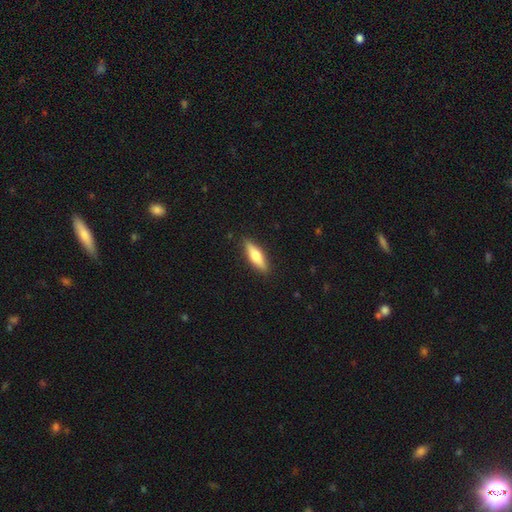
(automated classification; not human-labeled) Morphology: type=smooth (59%); roundness=cigar-shaped (59%); merging=none (89%).